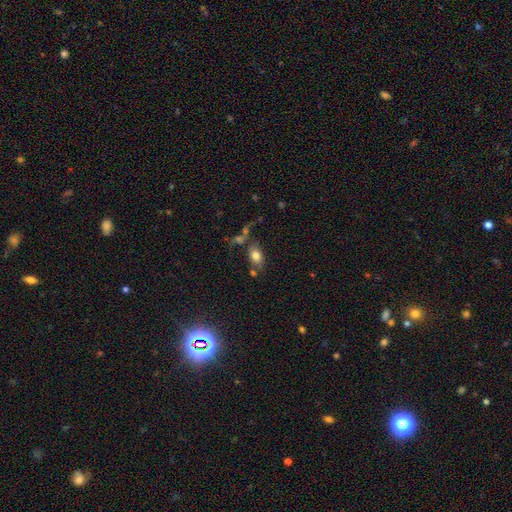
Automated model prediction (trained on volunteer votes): Smooth or featured?
  - smooth: 79% *
  - featured or disk: 11%
  - star or artifact: 10%
How rounded?
  - in between: 80% *
  - round: 18%
  - cigar-shaped: 2%
Merging?
  - none: 58% *
  - merger: 18%
  - minor disturbance: 15%
  - major disturbance: 8%